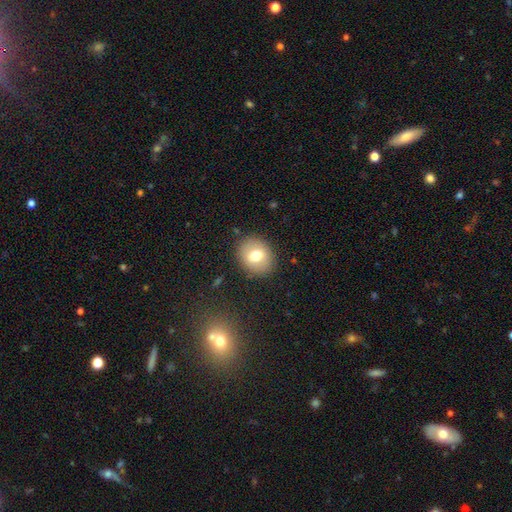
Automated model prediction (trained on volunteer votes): Smooth or featured? Predicted: smooth (p=0.70). How rounded? Predicted: round (p=0.62). Merging? Predicted: none (p=0.86).